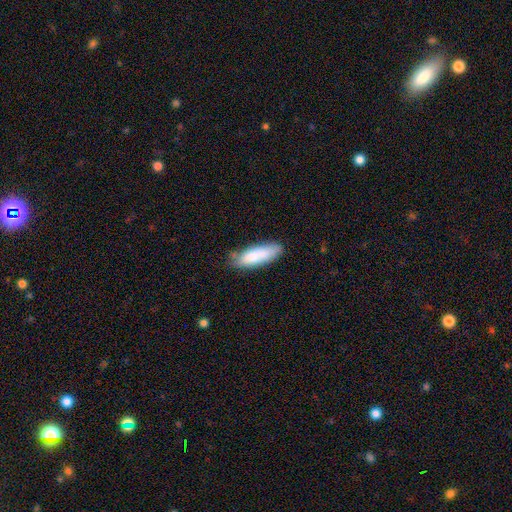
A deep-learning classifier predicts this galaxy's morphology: Smooth or featured? Predicted: smooth (p=0.81). How rounded? Predicted: in between (p=0.51). Merging? Predicted: none (p=0.73).